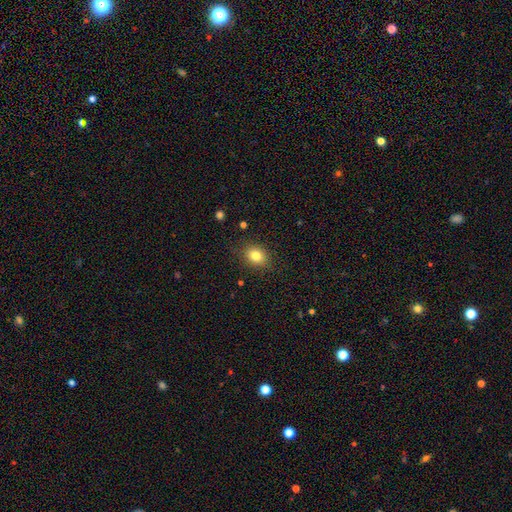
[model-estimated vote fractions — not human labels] Overall: smooth (81%). How rounded: in between (55%; round 44%). Merging: none (85%).